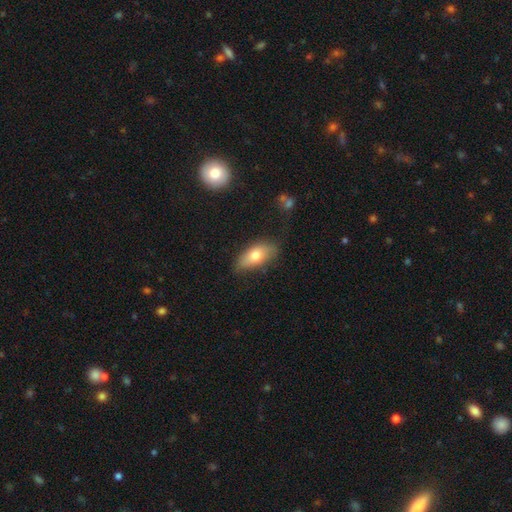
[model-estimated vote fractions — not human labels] smooth-or-featured: smooth: 74% | featured or disk: 19% | star or artifact: 7%
  how-rounded: in between: 87% | cigar-shaped: 10% | round: 4%
  merging: none: 74% | minor disturbance: 20% | major disturbance: 4% | merger: 2%